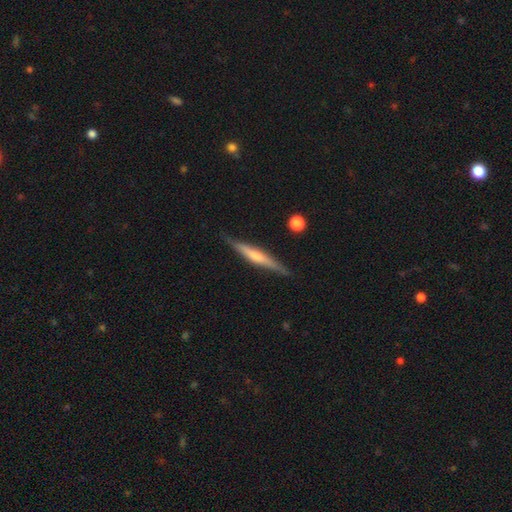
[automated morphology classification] Overall: featured or disk (61%; smooth 33%). Edge-on disk: yes (96%). Edge-on bulge: rounded (62%; none 24%). Merging: none (86%).